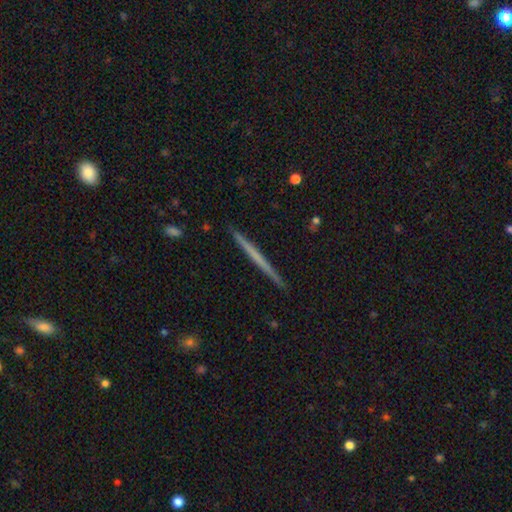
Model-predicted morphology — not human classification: smooth_or_featured: featured or disk (p=0.52) [alt: smooth p=0.42]
disk_edge_on: yes (p=0.98) [alt: no p=0.02]
edge_on_bulge: none (p=0.92) [alt: rounded p=0.05]
merging: none (p=0.92) [alt: minor disturbance p=0.06]